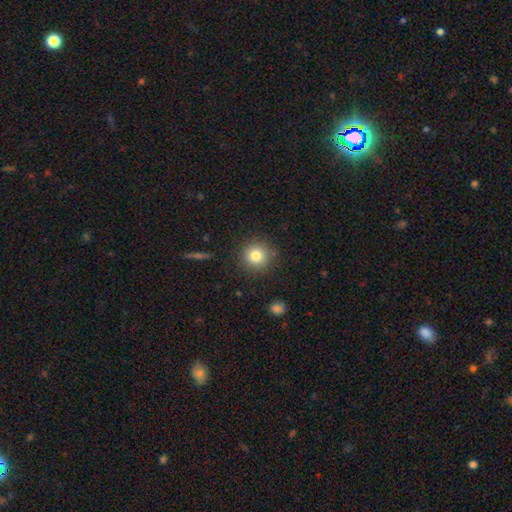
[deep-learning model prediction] Overall: smooth (80%). How rounded: round (94%). Merging: none (88%).